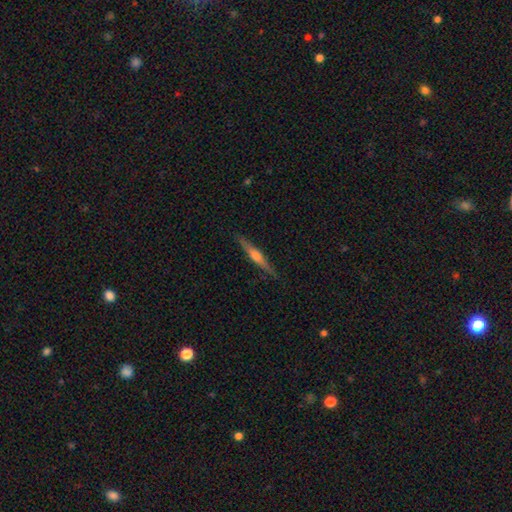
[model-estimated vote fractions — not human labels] Q: Smooth or featured?
A: featured or disk (75%); runner-up: smooth (19%)
Q: Edge-on disk?
A: yes (98%); runner-up: no (2%)
Q: Edge-on bulge?
A: rounded (86%); runner-up: boxy (8%)
Q: Merging?
A: none (90%); runner-up: minor disturbance (7%)